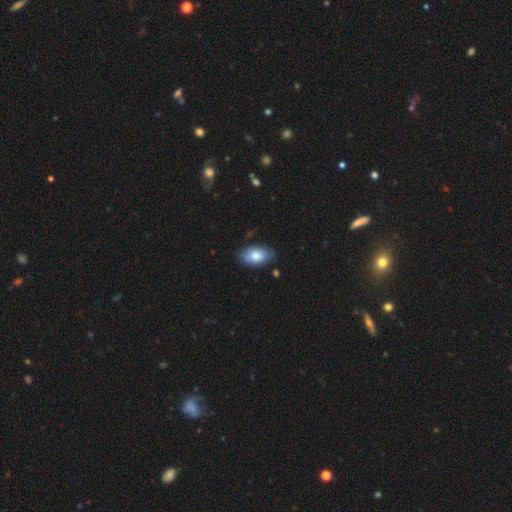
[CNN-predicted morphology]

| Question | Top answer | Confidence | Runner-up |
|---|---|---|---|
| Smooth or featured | smooth | 79% | featured or disk (15%) |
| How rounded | in between | 93% | round (4%) |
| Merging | none | 75% | minor disturbance (20%) |